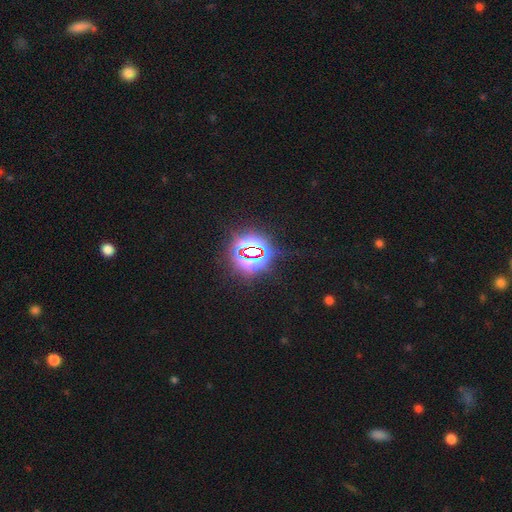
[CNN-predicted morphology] The model was most divided on "smooth or featured": star or artifact: 80%, smooth: 13%, featured or disk: 8%.